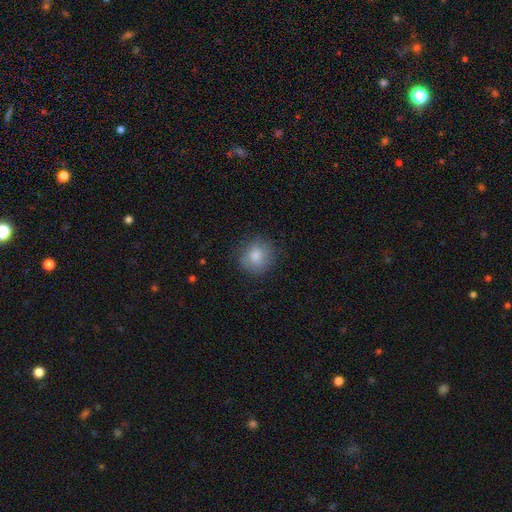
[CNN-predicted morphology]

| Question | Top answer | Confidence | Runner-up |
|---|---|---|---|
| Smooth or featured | smooth | 78% | featured or disk (12%) |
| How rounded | round | 87% | in between (12%) |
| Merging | none | 82% | minor disturbance (13%) |